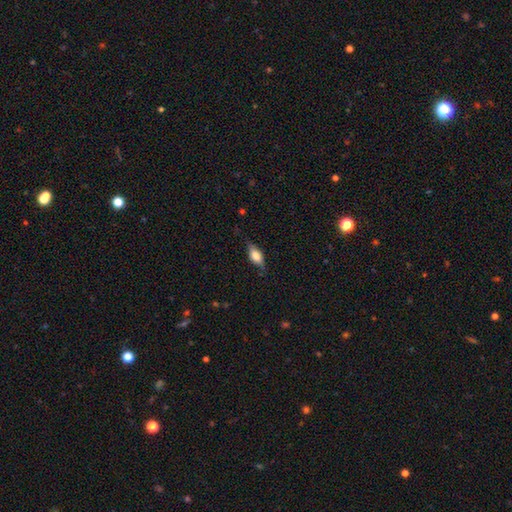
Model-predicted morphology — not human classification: Smooth or featured? Predicted: smooth (p=0.62). How rounded? Predicted: in between (p=0.78). Merging? Predicted: none (p=0.76).